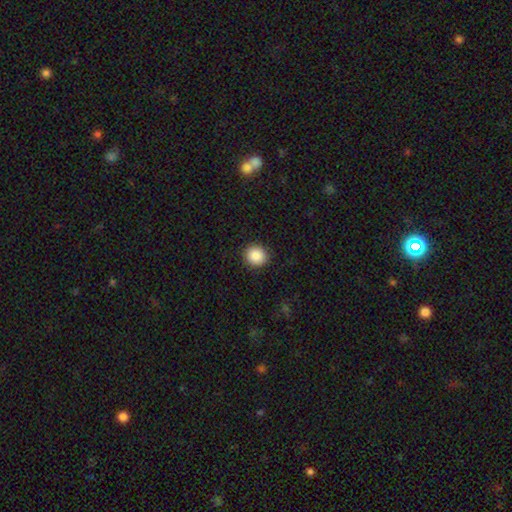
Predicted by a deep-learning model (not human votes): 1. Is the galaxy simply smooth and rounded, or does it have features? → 88% smooth, 9% star or artifact, 3% featured or disk.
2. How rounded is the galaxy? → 87% round, 12% in between, 1% cigar-shaped.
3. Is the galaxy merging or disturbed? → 91% none, 6% minor disturbance, 2% major disturbance, 1% merger.